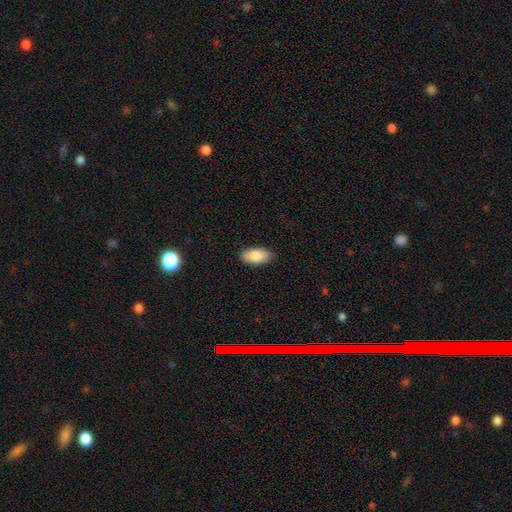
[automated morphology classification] This appears to be a smooth galaxy with no disk features (84%) that is in between round and cigar-shaped (93%). Merging: none (87%).